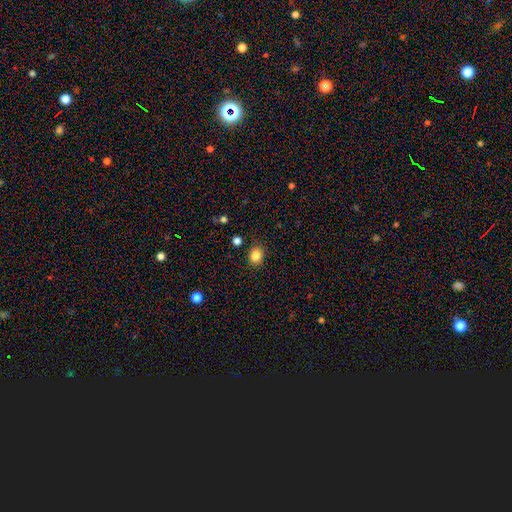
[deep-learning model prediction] Q: Smooth or featured?
A: smooth (84%); runner-up: star or artifact (11%)
Q: How rounded?
A: round (65%); runner-up: in between (35%)
Q: Merging?
A: none (86%); runner-up: minor disturbance (9%)